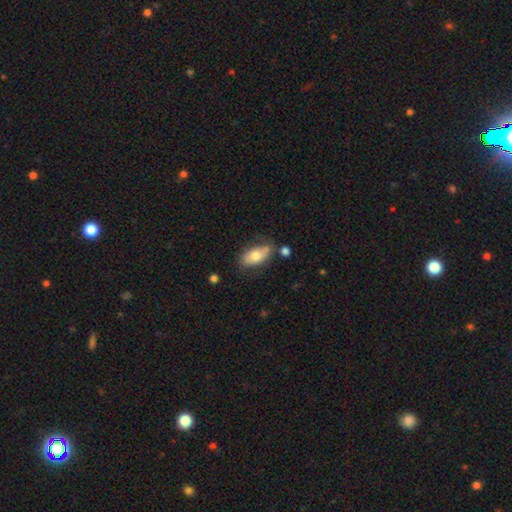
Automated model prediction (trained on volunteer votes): Smooth or featured? smooth (70%)
How rounded? in between (90%)
Merging? none (69%)